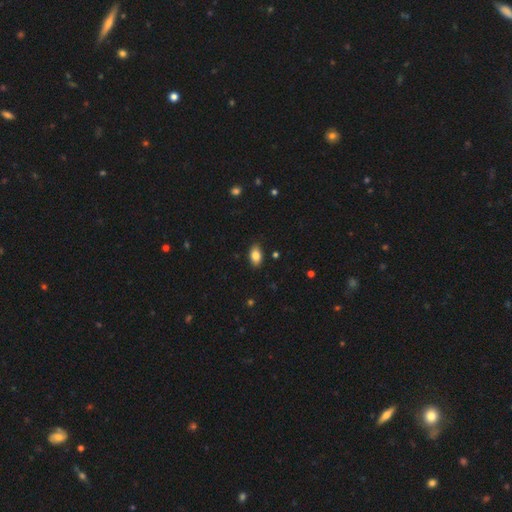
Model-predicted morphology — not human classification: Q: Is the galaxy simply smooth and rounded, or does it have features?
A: smooth — 84%.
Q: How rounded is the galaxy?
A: in between — 91%.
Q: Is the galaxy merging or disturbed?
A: none — 87%.